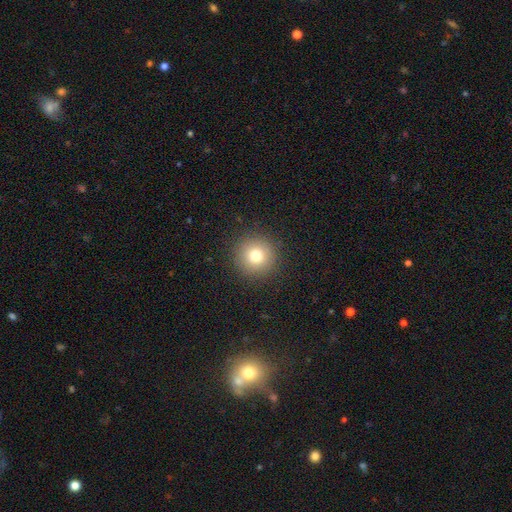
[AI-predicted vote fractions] A smooth galaxy with no disk features (77%) that is round (96%).

Vote fractions:
- Smooth or featured? smooth: 77% / star or artifact: 13% / featured or disk: 10%
- How rounded? round: 96% / in between: 3% / cigar-shaped: 1%
- Merging? none: 91% / minor disturbance: 5% / major disturbance: 2% / merger: 1%